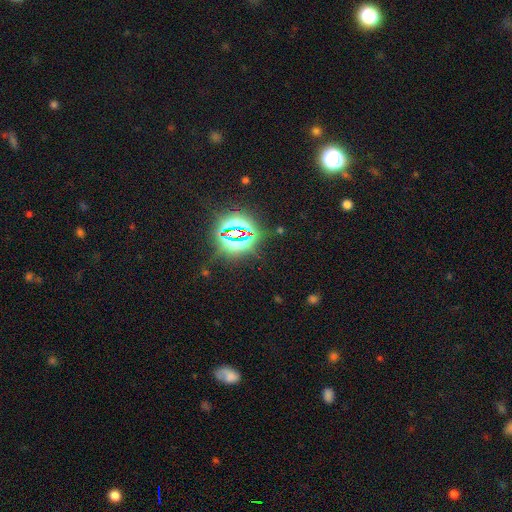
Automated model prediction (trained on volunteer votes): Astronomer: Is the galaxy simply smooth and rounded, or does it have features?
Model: star or artifact — 79%.